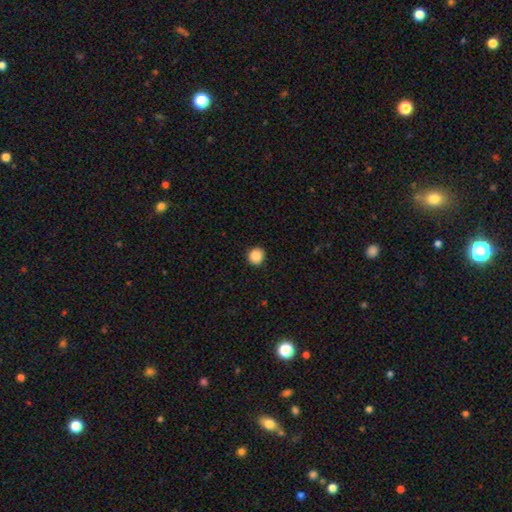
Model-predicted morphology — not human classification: Q: Smooth or featured?
A: smooth (88%); runner-up: star or artifact (9%)
Q: How rounded?
A: round (90%); runner-up: in between (9%)
Q: Merging?
A: none (91%); runner-up: minor disturbance (7%)